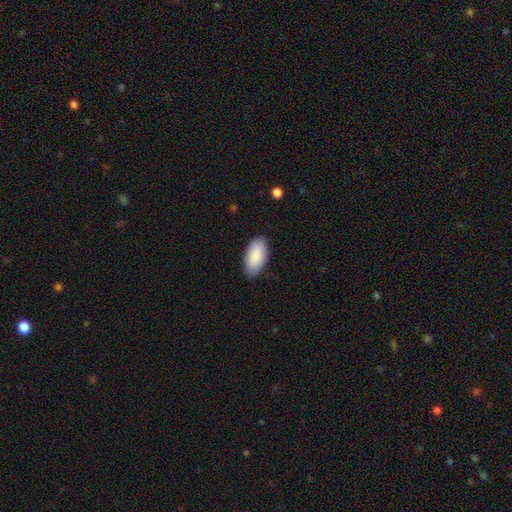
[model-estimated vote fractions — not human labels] smooth-or-featured: smooth: 90% | star or artifact: 5% | featured or disk: 5%
  how-rounded: in between: 95% | cigar-shaped: 3% | round: 2%
  merging: none: 85% | minor disturbance: 12% | major disturbance: 2% | merger: 1%